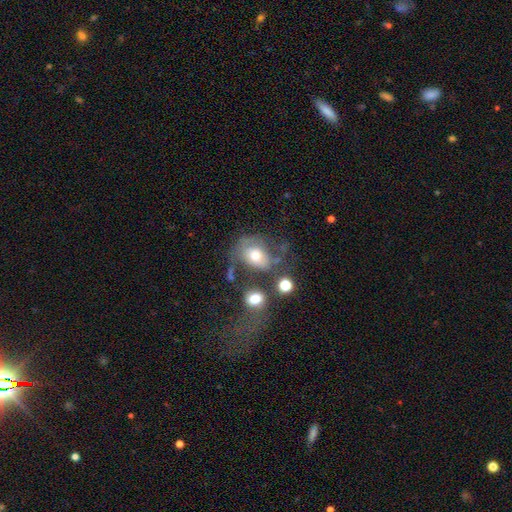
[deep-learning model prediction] A smooth galaxy with no disk features (62%) that is in between round and cigar-shaped (61%).

Vote fractions:
- Smooth or featured? smooth: 62% / featured or disk: 27% / star or artifact: 12%
- How rounded? in between: 61% / round: 38% / cigar-shaped: 1%
- Merging? none: 36% / major disturbance: 28% / minor disturbance: 21% / merger: 16%